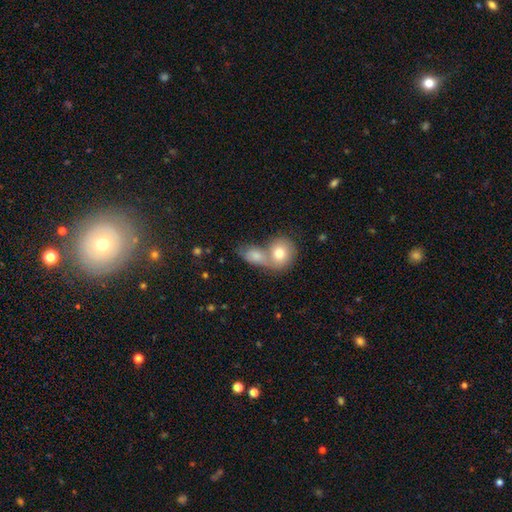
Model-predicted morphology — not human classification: type=smooth (74%); roundness=in between (66%); merging=merger (63%).